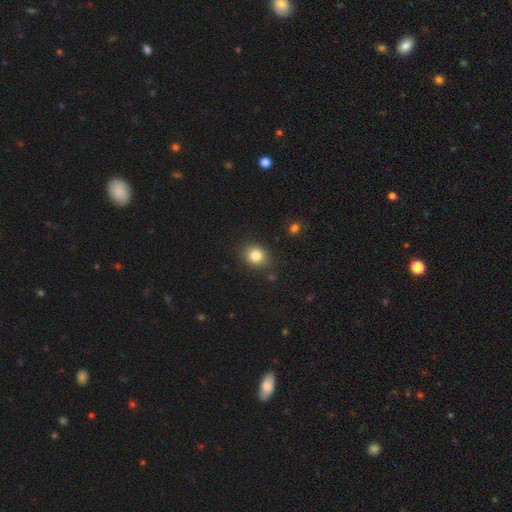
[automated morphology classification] A smooth galaxy with no disk features (83%) that is round (62%).

Vote fractions:
- Smooth or featured? smooth: 83% / star or artifact: 10% / featured or disk: 7%
- How rounded? round: 62% / in between: 37% / cigar-shaped: 1%
- Merging? none: 83% / minor disturbance: 11% / major disturbance: 3% / merger: 2%